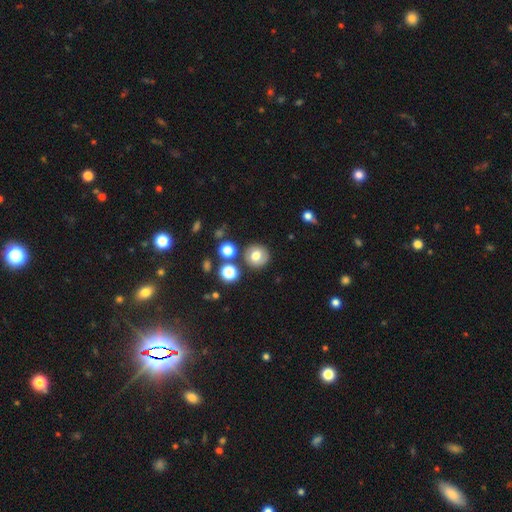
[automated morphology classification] This appears to be a smooth galaxy with no disk features (71%) that is round (91%). Merging: none (82%).